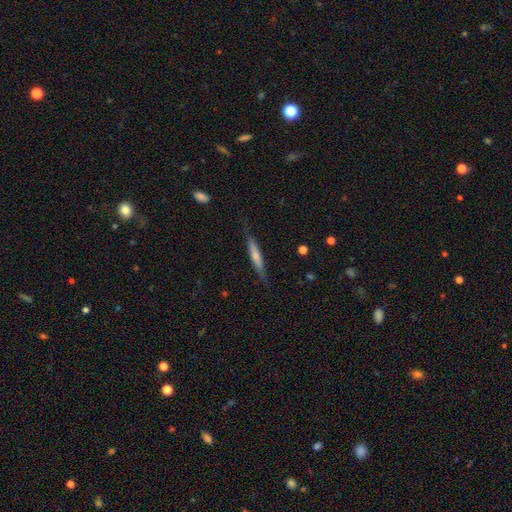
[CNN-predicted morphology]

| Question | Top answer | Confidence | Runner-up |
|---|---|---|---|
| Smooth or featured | smooth | 60% | featured or disk (35%) |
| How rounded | cigar-shaped | 93% | in between (6%) |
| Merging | none | 81% | minor disturbance (14%) |